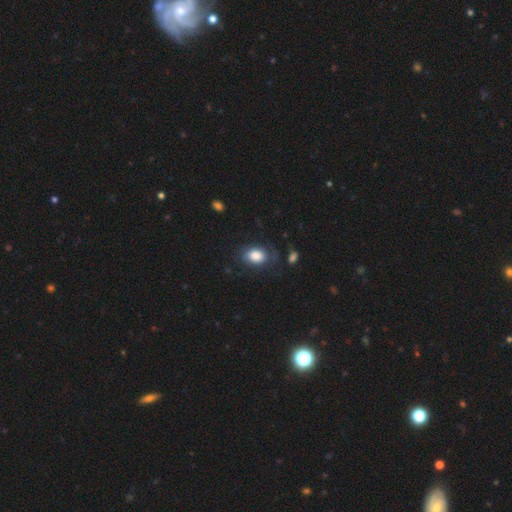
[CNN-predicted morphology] Smooth or featured? Predicted: smooth (p=0.75). How rounded? Predicted: in between (p=0.79). Merging? Predicted: none (p=0.63).